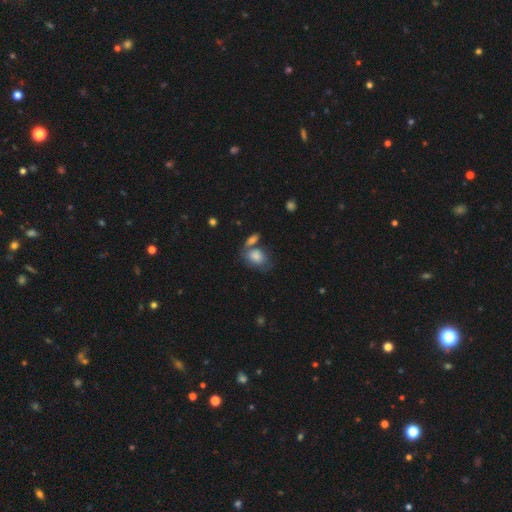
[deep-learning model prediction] smooth-or-featured: smooth: 79% | featured or disk: 14% | star or artifact: 7%
  how-rounded: in between: 73% | round: 25% | cigar-shaped: 2%
  merging: none: 38% | merger: 35% | minor disturbance: 18% | major disturbance: 10%